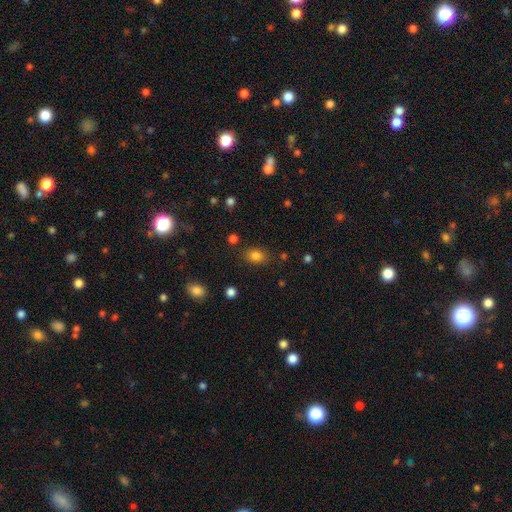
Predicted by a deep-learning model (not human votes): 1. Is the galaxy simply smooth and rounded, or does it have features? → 82% smooth, 12% star or artifact, 6% featured or disk.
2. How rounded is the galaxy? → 67% in between, 32% round, 1% cigar-shaped.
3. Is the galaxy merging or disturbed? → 81% none, 12% minor disturbance, 4% major disturbance, 3% merger.